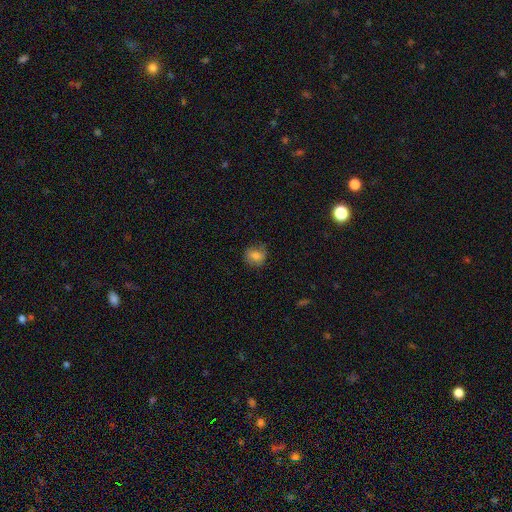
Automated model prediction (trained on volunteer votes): Overall: smooth (78%). How rounded: round (73%). Merging: none (75%).